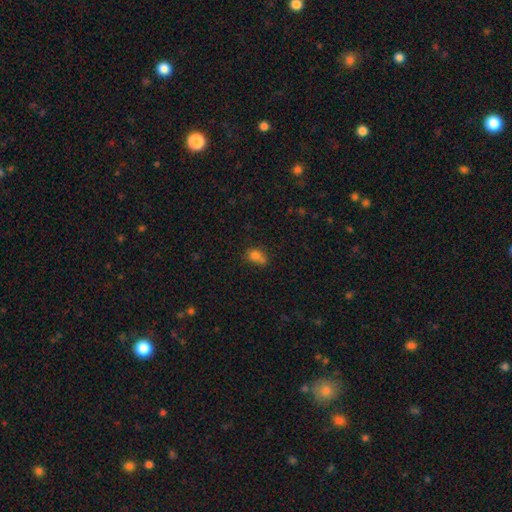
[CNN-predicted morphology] Smooth or featured? smooth (76%)
How rounded? in between (50%)
Merging? merger (40%)